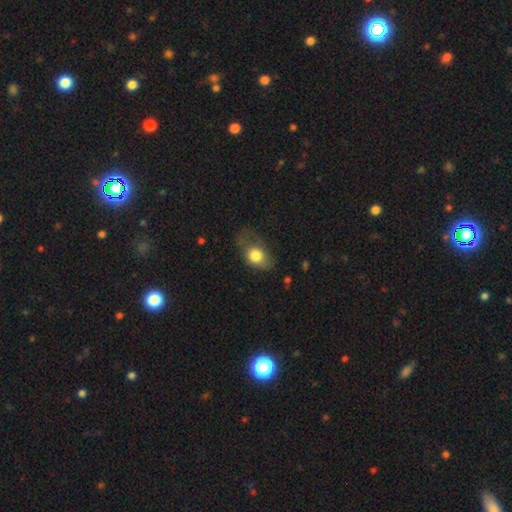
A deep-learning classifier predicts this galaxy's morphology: Overall: smooth (75%). How rounded: in between (62%; round 36%). Merging: major disturbance (34%; none 33%).